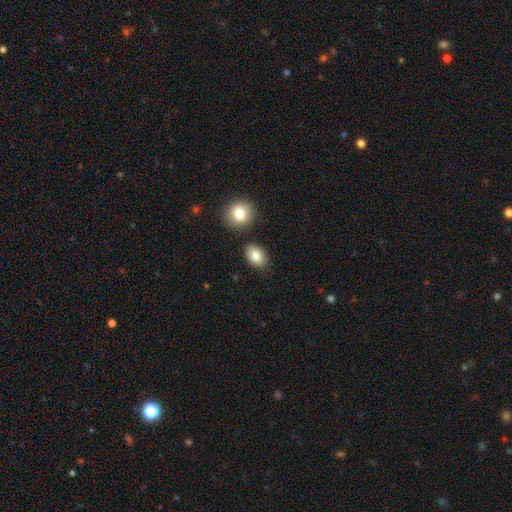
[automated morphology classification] This is clearly a smooth galaxy (85%). How rounded: clearly in between (82%). Merging: clearly none (80%).